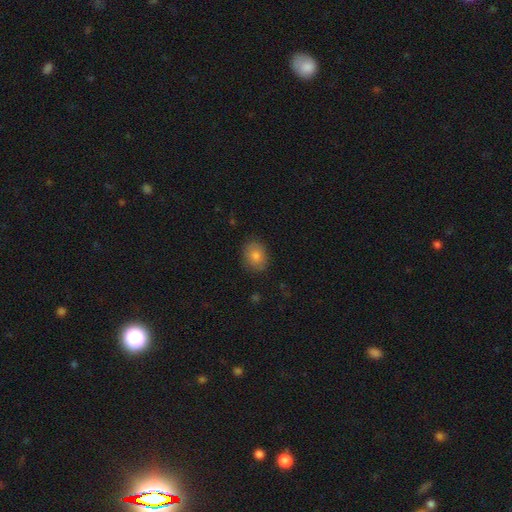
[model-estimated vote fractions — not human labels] smooth_or_featured: smooth (p=0.81) [alt: featured or disk p=0.10]
how_rounded: in between (p=0.54) [alt: round p=0.45]
merging: none (p=0.86) [alt: minor disturbance p=0.11]